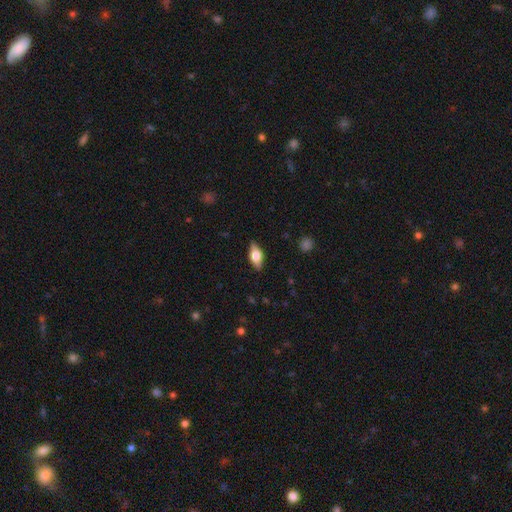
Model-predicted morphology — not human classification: Overall: smooth (57%; featured or disk 36%). How rounded: in between (81%). Merging: none (85%).